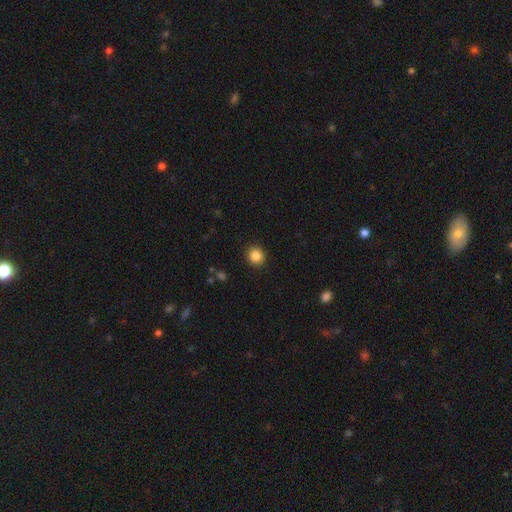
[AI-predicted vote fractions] smooth_or_featured: smooth (p=0.86) [alt: star or artifact p=0.10]
how_rounded: round (p=0.87) [alt: in between p=0.12]
merging: none (p=0.91) [alt: minor disturbance p=0.06]